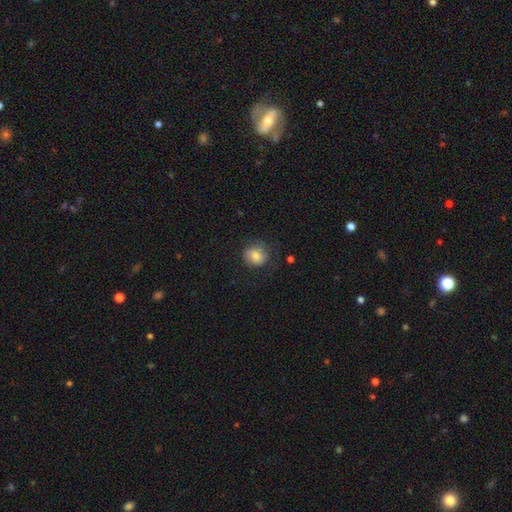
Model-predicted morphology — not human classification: A smooth galaxy with no disk features (77%) that is round (79%).

Vote fractions:
- Smooth or featured? smooth: 77% / featured or disk: 14% / star or artifact: 9%
- How rounded? round: 79% / in between: 20% / cigar-shaped: 1%
- Merging? none: 70% / minor disturbance: 19% / major disturbance: 10% / merger: 1%